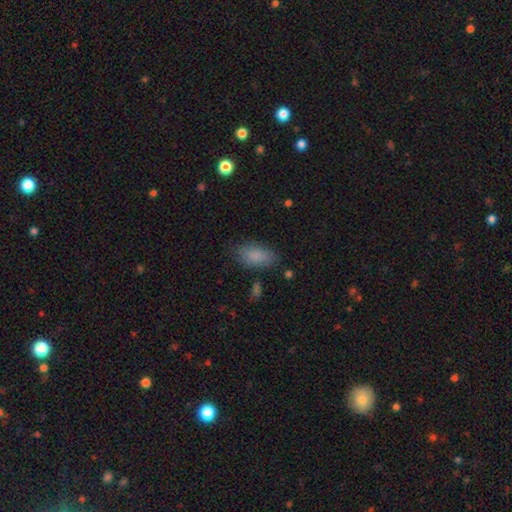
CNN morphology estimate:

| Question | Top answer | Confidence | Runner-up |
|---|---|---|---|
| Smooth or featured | smooth | 86% | star or artifact (8%) |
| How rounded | in between | 91% | cigar-shaped (5%) |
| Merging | none | 77% | minor disturbance (17%) |